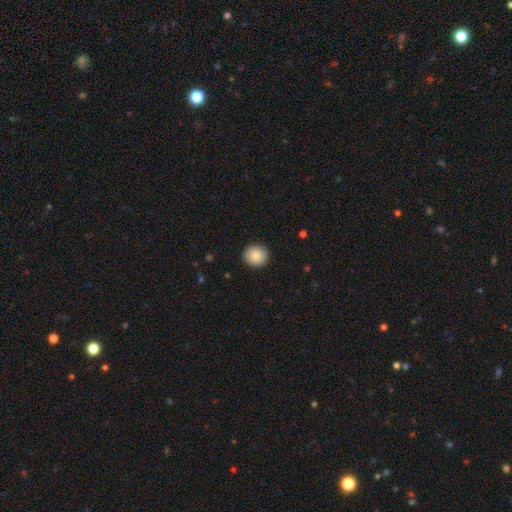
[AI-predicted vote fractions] The model was most divided on "smooth or featured": smooth: 86%, star or artifact: 8%, featured or disk: 7%. More confident: how rounded — round (92%); merging — none (91%).